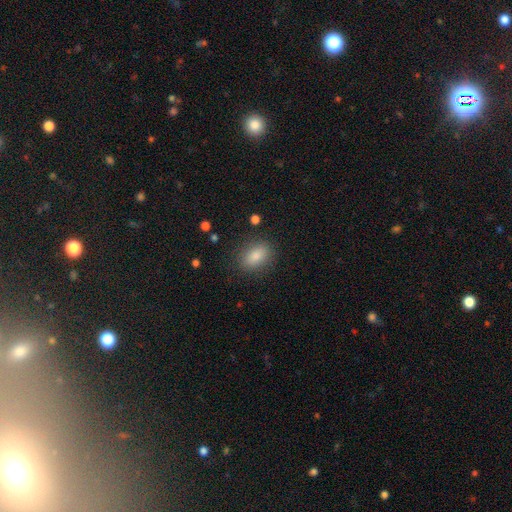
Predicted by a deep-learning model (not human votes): This appears to be a smooth galaxy with no disk features (86%) that is in between round and cigar-shaped (82%). Merging: none (85%).